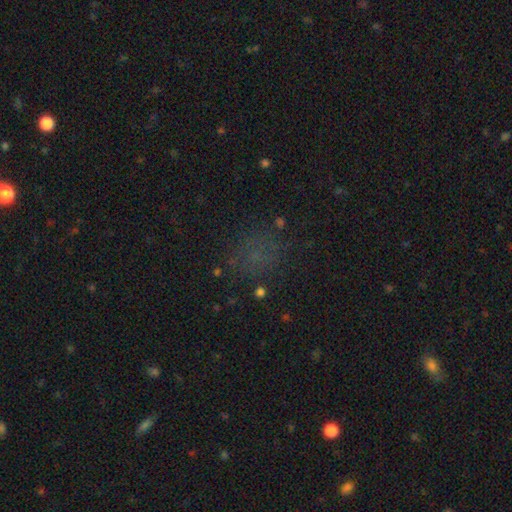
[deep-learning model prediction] A smooth galaxy with no disk features (49%).

Vote fractions:
- Smooth or featured? smooth: 49% / star or artifact: 39% / featured or disk: 12%
- Merging? none: 72% / minor disturbance: 15% / major disturbance: 10% / merger: 4%